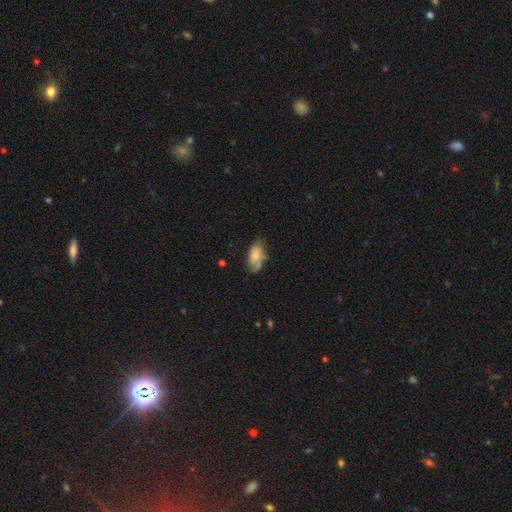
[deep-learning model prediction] This is likely a smooth galaxy (77%). How rounded: clearly in between (92%). Merging: possibly none (59%).